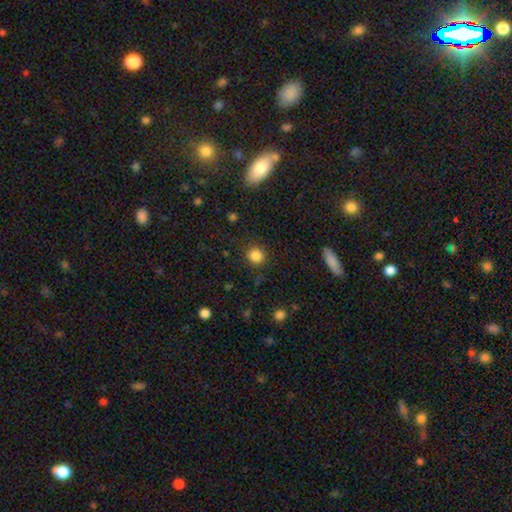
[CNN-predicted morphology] type=smooth (84%); roundness=round (88%); merging=none (87%).